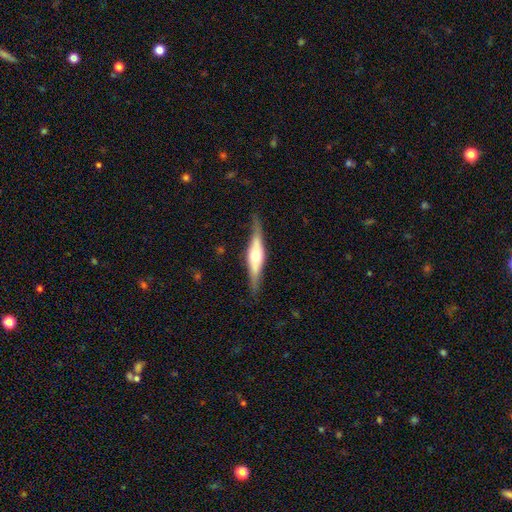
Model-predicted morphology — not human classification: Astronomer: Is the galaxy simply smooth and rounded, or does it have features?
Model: featured or disk — 67%.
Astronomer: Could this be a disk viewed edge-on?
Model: yes — 92%.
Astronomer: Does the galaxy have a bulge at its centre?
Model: rounded — 85%.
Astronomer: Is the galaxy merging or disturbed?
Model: none — 81%.